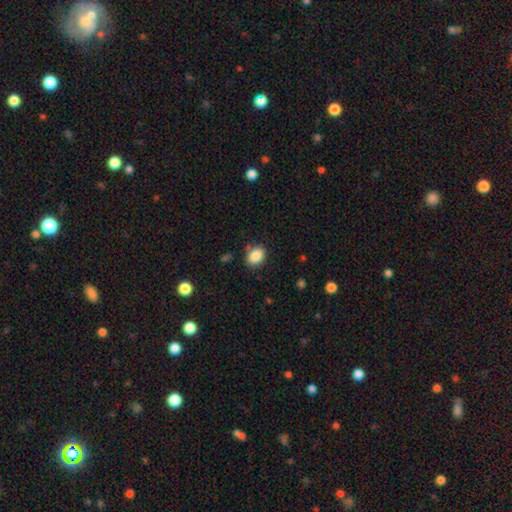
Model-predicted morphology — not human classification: A smooth galaxy with no disk features (87%) that is in between round and cigar-shaped (66%). Merging: none (81%).